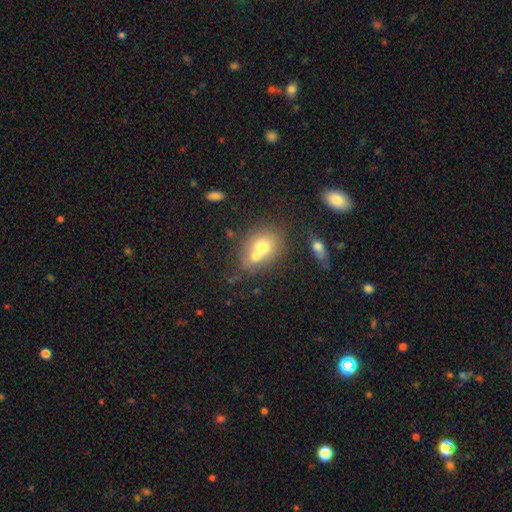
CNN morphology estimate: A smooth galaxy with no disk features (67%) that is round (57%).

Vote fractions:
- Smooth or featured? smooth: 67% / featured or disk: 22% / star or artifact: 11%
- How rounded? round: 57% / in between: 42% / cigar-shaped: 1%
- Merging? merger: 59% / none: 29% / minor disturbance: 8% / major disturbance: 4%